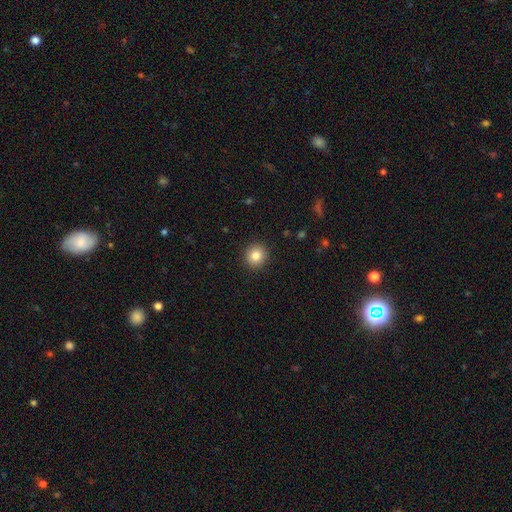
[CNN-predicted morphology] type=smooth (84%); roundness=round (92%); merging=none (92%).